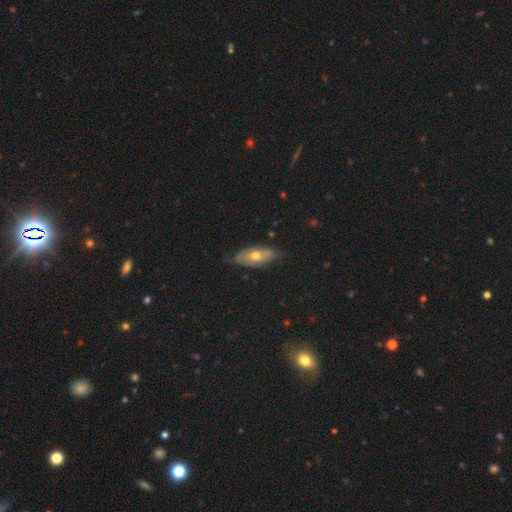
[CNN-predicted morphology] This appears to be a smooth galaxy with no disk features (52%) that is in between round and cigar-shaped (83%). Merging: none (74%).